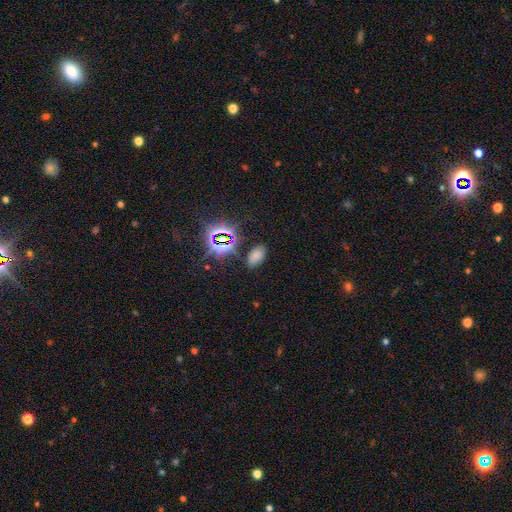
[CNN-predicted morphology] This appears to be a smooth galaxy with no disk features (62%) that is in between round and cigar-shaped (92%). Merging: none (81%).